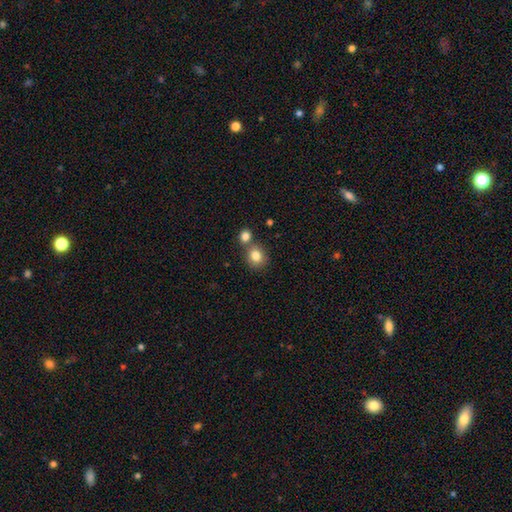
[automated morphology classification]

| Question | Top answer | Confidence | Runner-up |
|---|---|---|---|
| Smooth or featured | smooth | 82% | star or artifact (10%) |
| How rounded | round | 78% | in between (21%) |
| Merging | none | 60% | merger (29%) |